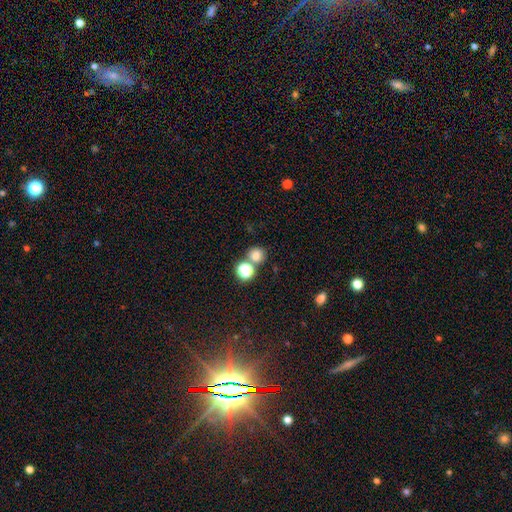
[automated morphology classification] smooth_or_featured: smooth (p=0.77) [alt: star or artifact p=0.16]
how_rounded: round (p=0.87) [alt: in between p=0.12]
merging: none (p=0.62) [alt: merger p=0.28]